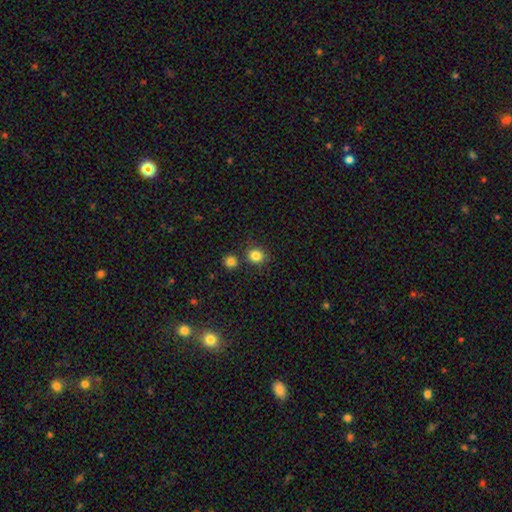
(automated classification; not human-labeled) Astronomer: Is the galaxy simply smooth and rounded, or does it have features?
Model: smooth — 83%.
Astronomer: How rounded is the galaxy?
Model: round — 80%.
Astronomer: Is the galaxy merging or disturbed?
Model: none — 76%.